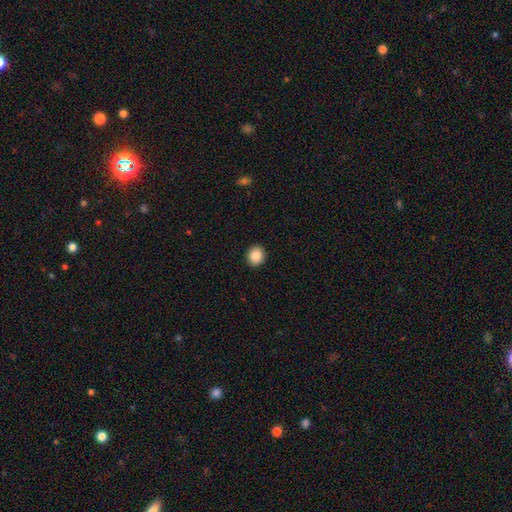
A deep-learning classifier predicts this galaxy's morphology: This is clearly a smooth galaxy (88%). How rounded: clearly round (83%). Merging: clearly none (92%).